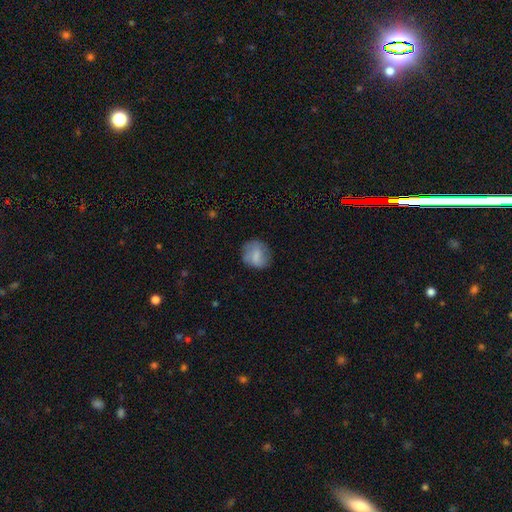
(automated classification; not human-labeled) Smooth or featured? smooth (71%)
How rounded? round (73%)
Merging? none (70%)